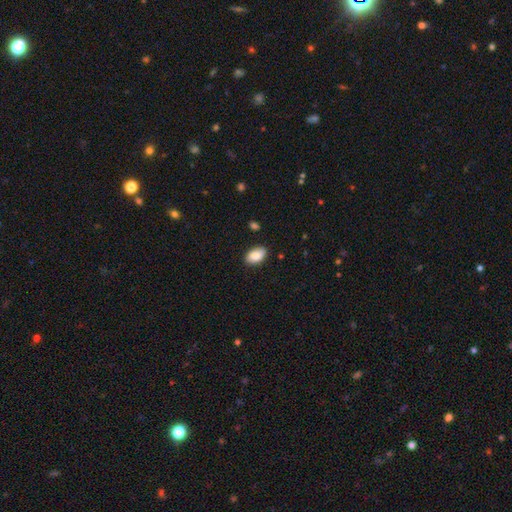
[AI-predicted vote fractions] Smooth or featured?
  - smooth: 88% *
  - star or artifact: 7%
  - featured or disk: 5%
How rounded?
  - in between: 93% *
  - round: 6%
  - cigar-shaped: 2%
Merging?
  - none: 85% *
  - minor disturbance: 12%
  - major disturbance: 2%
  - merger: 1%